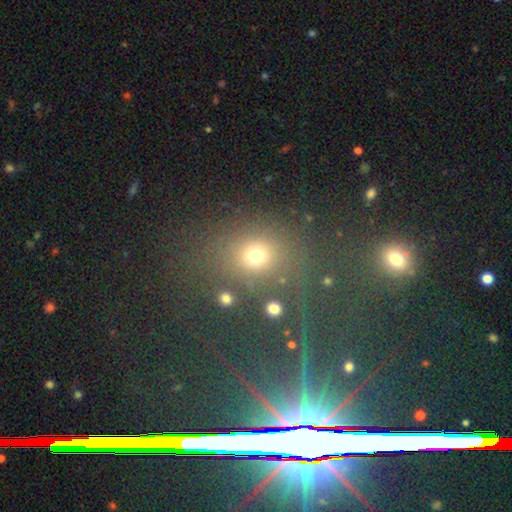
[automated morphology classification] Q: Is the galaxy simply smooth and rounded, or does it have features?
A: smooth — 68%.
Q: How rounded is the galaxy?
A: round — 67%.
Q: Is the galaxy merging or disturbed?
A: none — 68%.